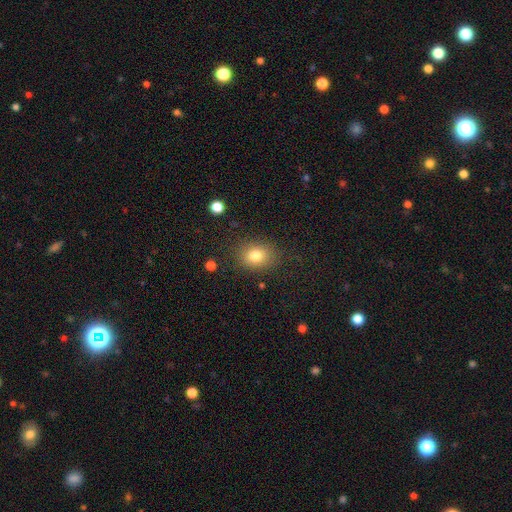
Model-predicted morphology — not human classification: Smooth or featured? smooth (80%)
How rounded? round (51%)
Merging? none (83%)